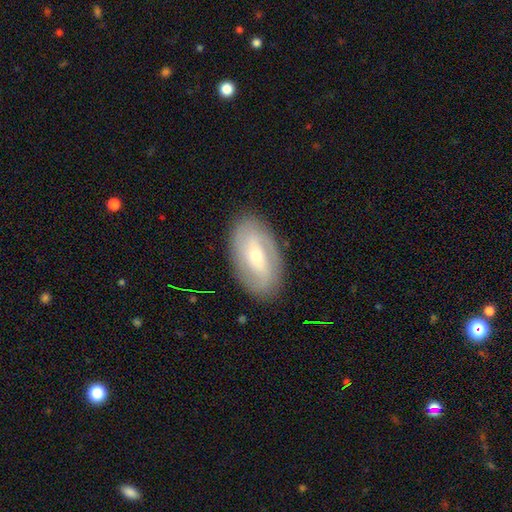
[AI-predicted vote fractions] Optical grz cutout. It shows a featured or disk galaxy (70%) with no bar (38%, tied with weak), spiral arms (75%) and a small central bulge (59%). Merging: none (85%).